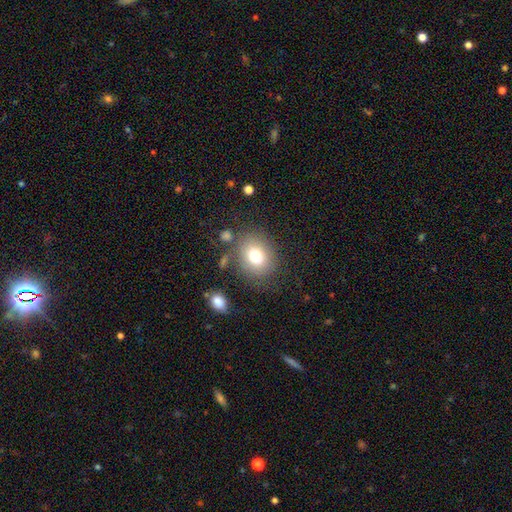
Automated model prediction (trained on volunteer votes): The model was most divided on "how rounded": round: 58%, in between: 41%, cigar-shaped: 1%. More confident: smooth or featured — smooth (77%); merging — none (75%).